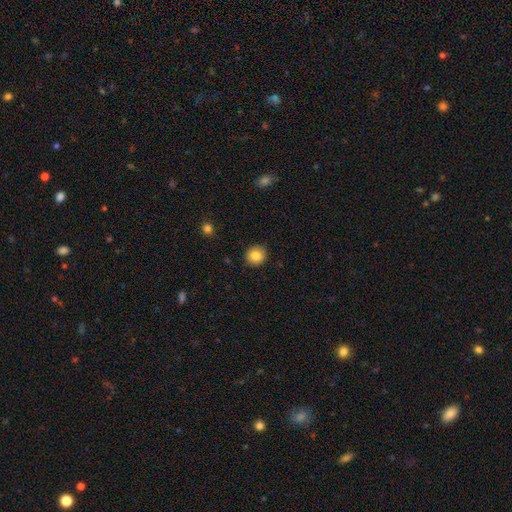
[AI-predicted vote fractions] smooth_or_featured: smooth (p=0.85) [alt: star or artifact p=0.09]
how_rounded: round (p=0.84) [alt: in between p=0.15]
merging: none (p=0.88) [alt: minor disturbance p=0.08]